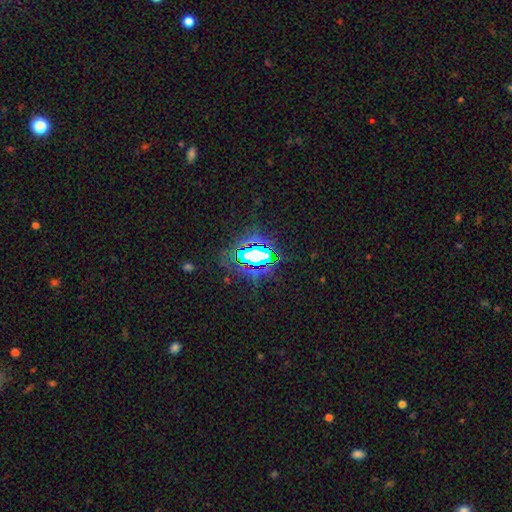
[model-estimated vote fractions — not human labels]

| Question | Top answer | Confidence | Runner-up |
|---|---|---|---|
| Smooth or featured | star or artifact | 71% | smooth (16%) |